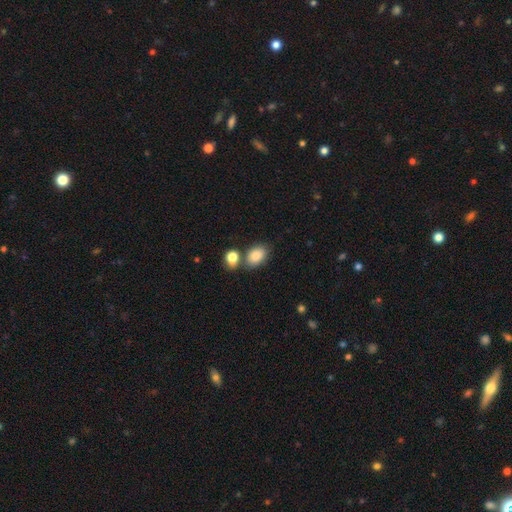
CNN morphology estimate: A smooth galaxy with no disk features (84%) that is in between round and cigar-shaped (83%). Merging: none (59%).